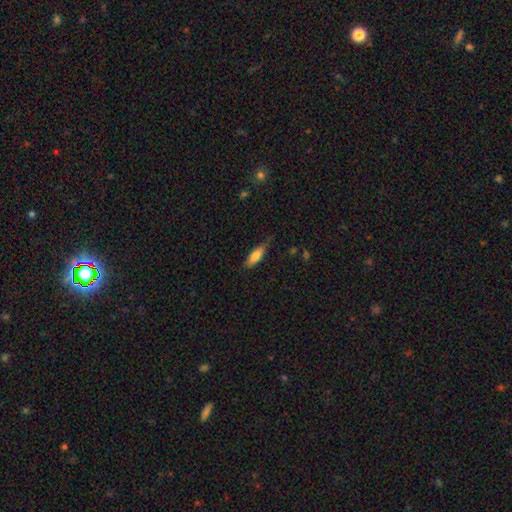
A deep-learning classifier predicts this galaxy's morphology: type=smooth (77%); roundness=in between (58%); merging=none (70%).